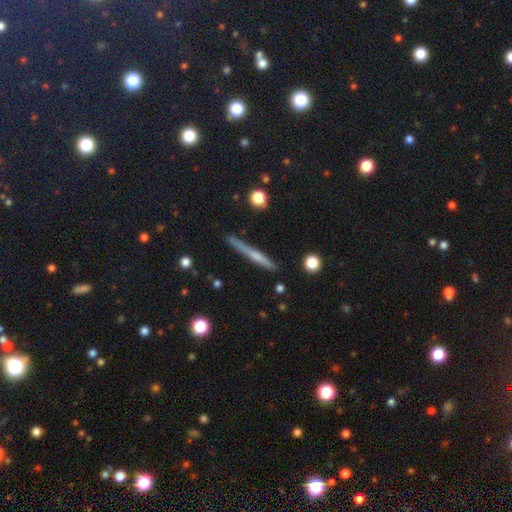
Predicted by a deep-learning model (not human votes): Smooth or featured: featured or disk — 50% (smooth — 43%)
Edge-on disk: yes — 96% (no — 4%)
Merging: none — 84% (minor disturbance — 12%)